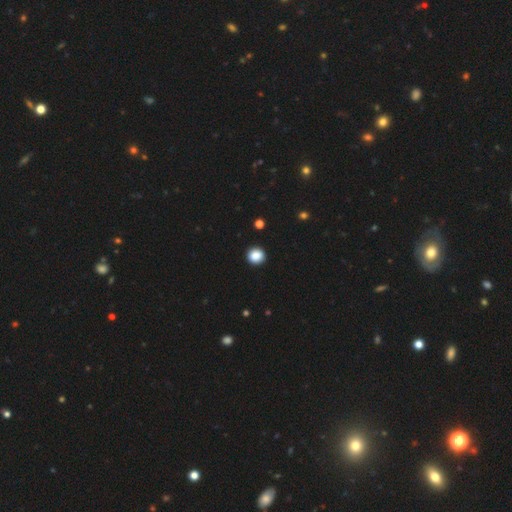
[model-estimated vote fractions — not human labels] Morphology: type=smooth (88%); roundness=round (88%); merging=none (93%).